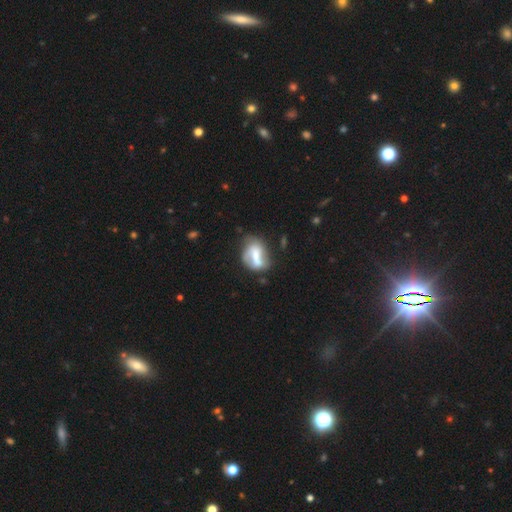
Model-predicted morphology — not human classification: Smooth or featured? smooth (49%)
Merging? none (36%)